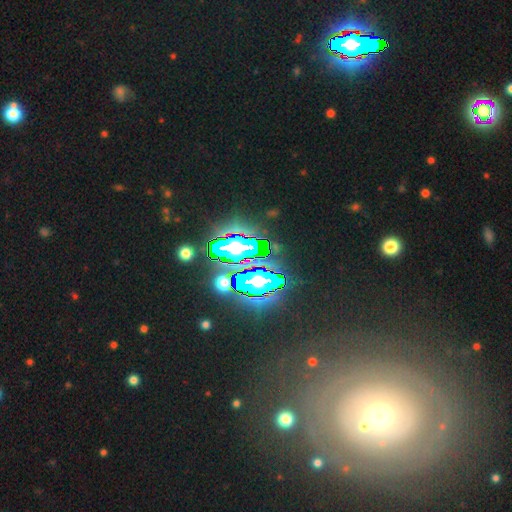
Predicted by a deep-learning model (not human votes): Q: Smooth or featured?
A: star or artifact (60%); runner-up: featured or disk (27%)